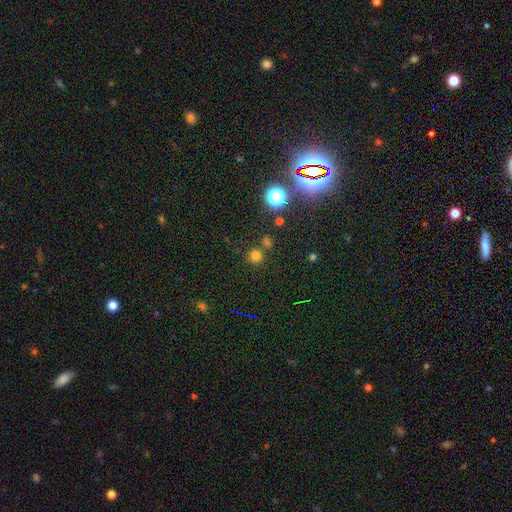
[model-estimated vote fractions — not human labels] smooth_or_featured: smooth (p=0.70) [alt: star or artifact p=0.25]
how_rounded: round (p=0.93) [alt: in between p=0.06]
merging: none (p=0.75) [alt: merger p=0.13]